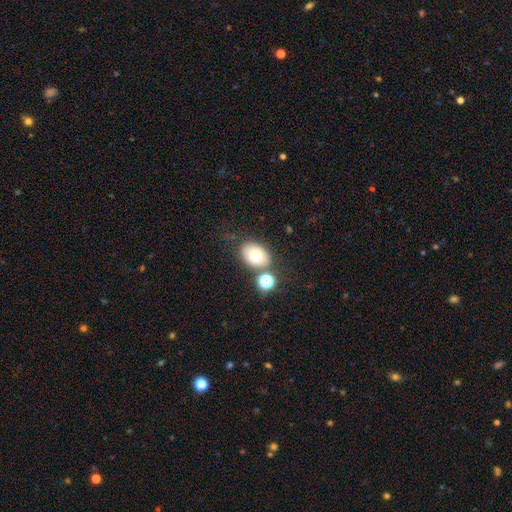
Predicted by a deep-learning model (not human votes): This appears to be a smooth galaxy with no disk features (71%) that is in between round and cigar-shaped (75%). Merging: none (71%).